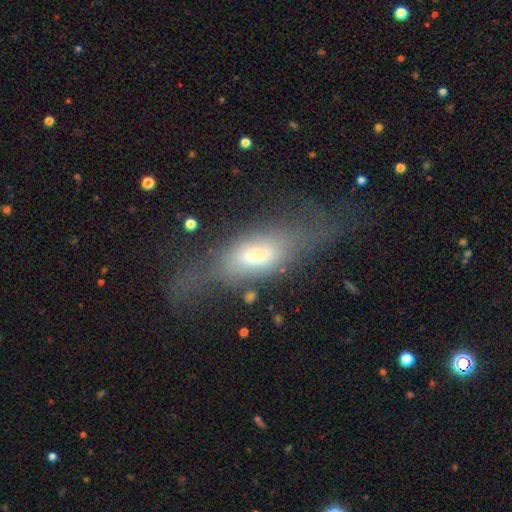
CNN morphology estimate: This is possibly a smooth galaxy (49%). Merging: marginally none (38%).